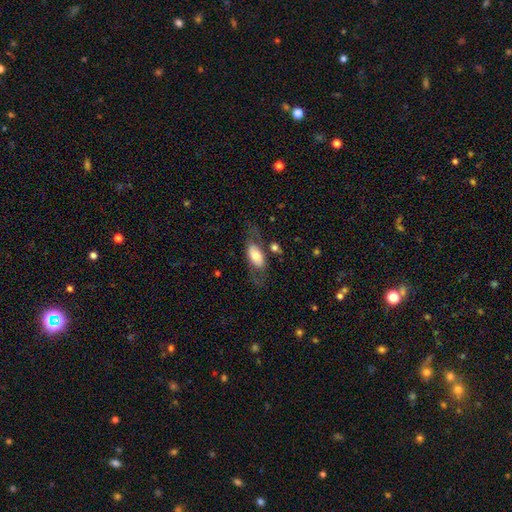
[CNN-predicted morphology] smooth 56%, featured or disk 37%, star or artifact 7%. Down the decision tree: how rounded — in between (86%); merging — none (61%).